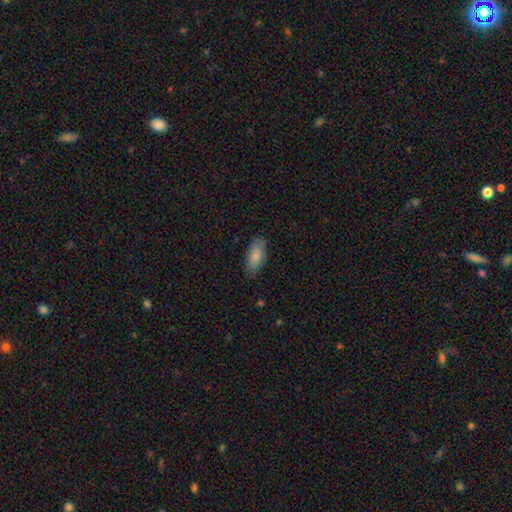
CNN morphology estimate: type=smooth (84%); roundness=in between (87%); merging=none (81%).